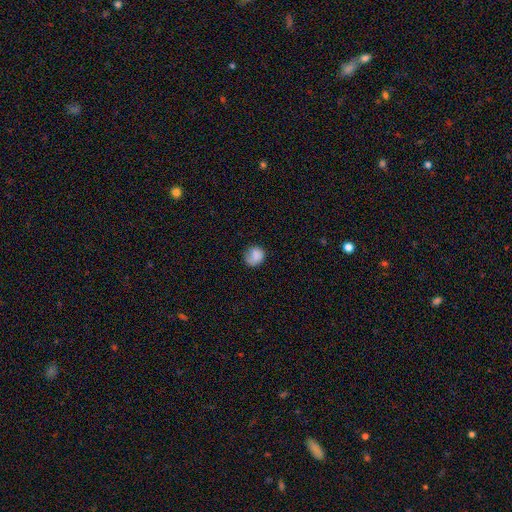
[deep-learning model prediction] Smooth or featured? Predicted: smooth (p=0.82). How rounded? Predicted: round (p=0.75). Merging? Predicted: none (p=0.64).